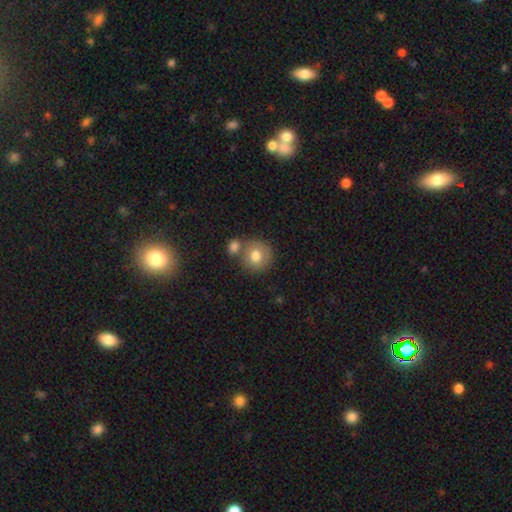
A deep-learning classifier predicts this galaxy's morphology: Q: Smooth or featured?
A: smooth (77%); runner-up: featured or disk (14%)
Q: How rounded?
A: round (89%); runner-up: in between (10%)
Q: Merging?
A: none (58%); runner-up: merger (28%)